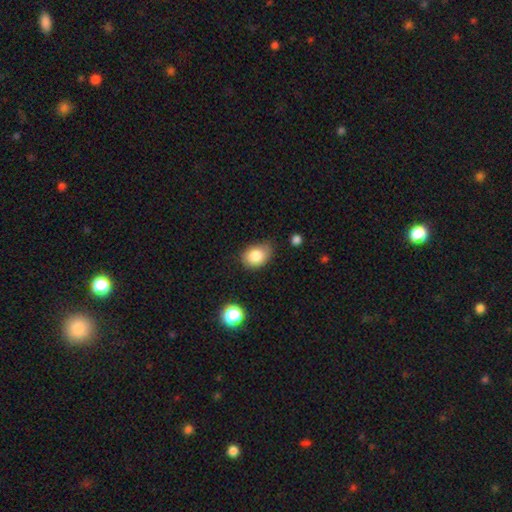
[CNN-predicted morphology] smooth_or_featured: smooth (p=0.83) [alt: star or artifact p=0.09]
how_rounded: in between (p=0.66) [alt: round p=0.33]
merging: none (p=0.59) [alt: minor disturbance p=0.32]